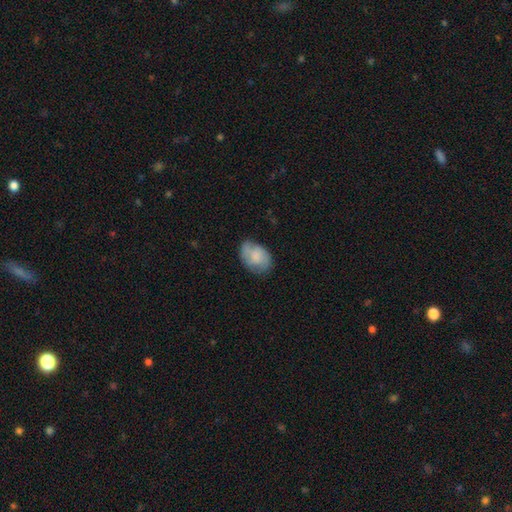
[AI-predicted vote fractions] This is likely a smooth galaxy (67%). How rounded: likely in between (79%). Merging: likely none (63%).